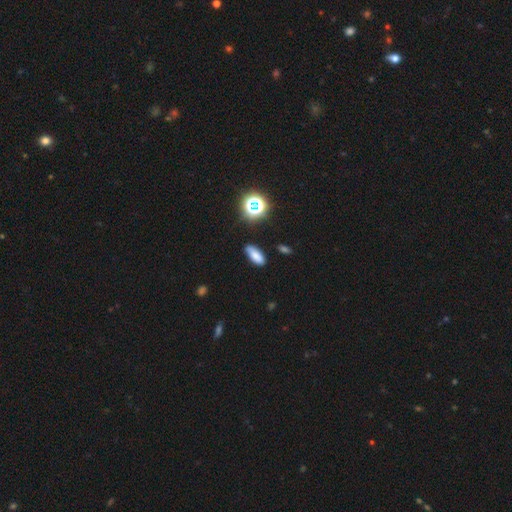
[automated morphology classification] Smooth or featured? Predicted: smooth (p=0.76). How rounded? Predicted: in between (p=0.78). Merging? Predicted: none (p=0.80).